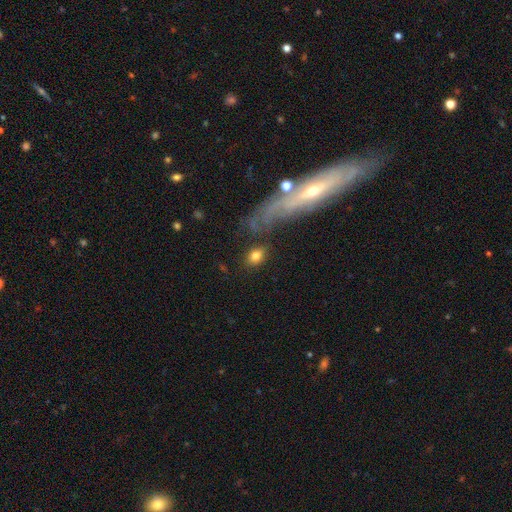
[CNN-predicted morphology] A smooth galaxy with no disk features (78%) that is in between round and cigar-shaped (74%). Merging: none (74%).